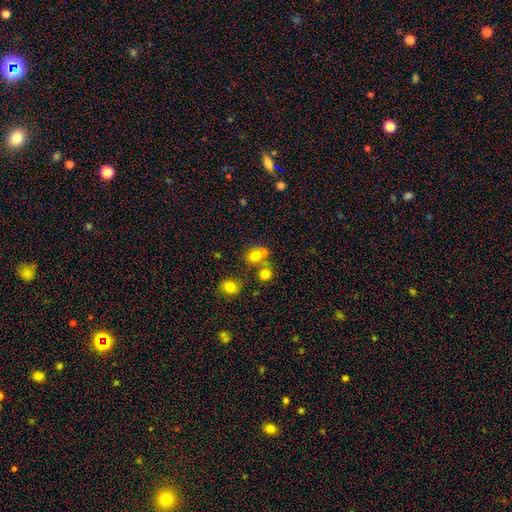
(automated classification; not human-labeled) smooth_or_featured: smooth (p=0.73) [alt: star or artifact p=0.16]
how_rounded: round (p=0.78) [alt: in between p=0.21]
merging: none (p=0.51) [alt: merger p=0.37]